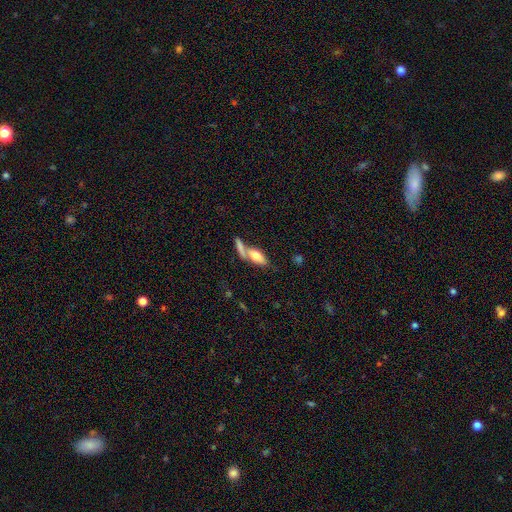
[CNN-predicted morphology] Smooth or featured? smooth (69%)
How rounded? in between (76%)
Merging? merger (42%)